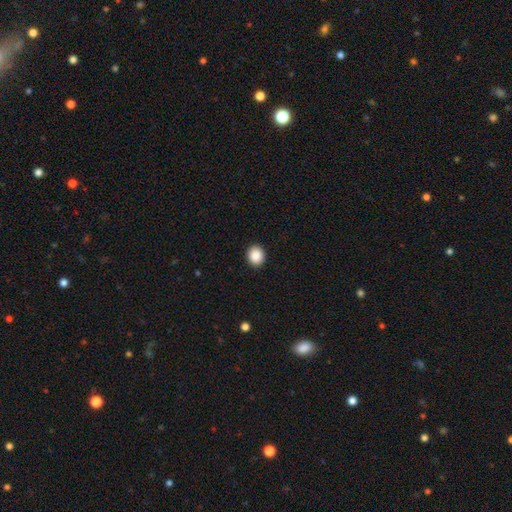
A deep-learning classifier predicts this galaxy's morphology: This is clearly a smooth galaxy (89%). How rounded: likely round (72%). Merging: clearly none (92%).